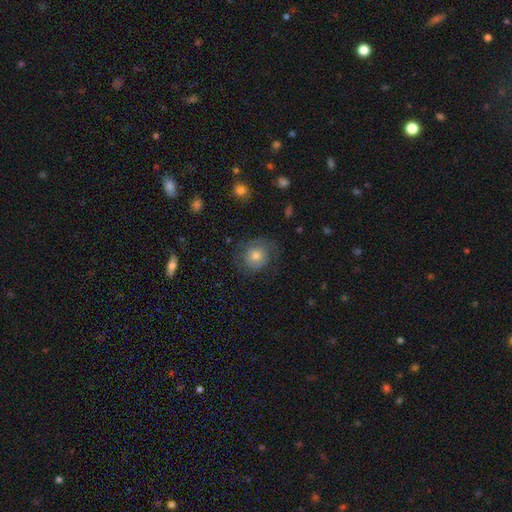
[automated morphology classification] A smooth galaxy with no disk features (54%) that is round (80%). Merging: none (71%).